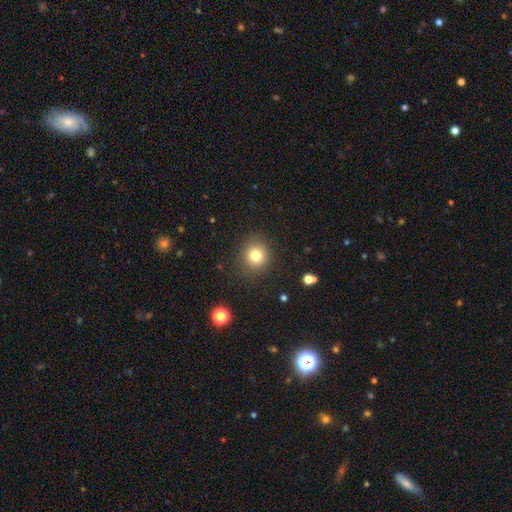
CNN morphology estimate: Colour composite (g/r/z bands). It shows a smooth galaxy with no disk features (79%) that is round (87%). Merging: none (86%).